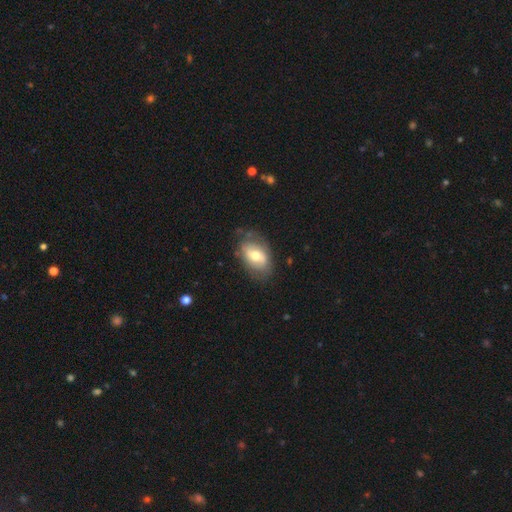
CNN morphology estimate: This is possibly a smooth galaxy (49%). Merging: likely none (68%).